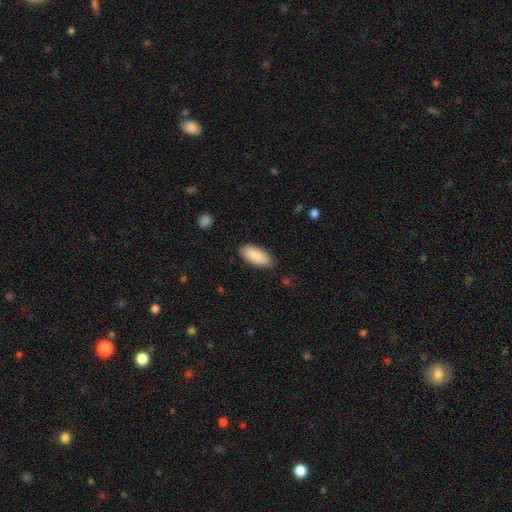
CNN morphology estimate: This appears to be a smooth galaxy with no disk features (88%) that is in between round and cigar-shaped (87%). Merging: none (84%).